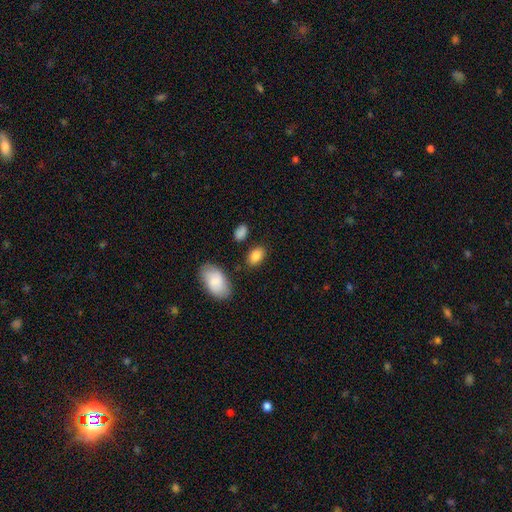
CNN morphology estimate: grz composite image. It shows a smooth galaxy with no disk features (86%) that is in between round and cigar-shaped (90%). Merging: none (81%).